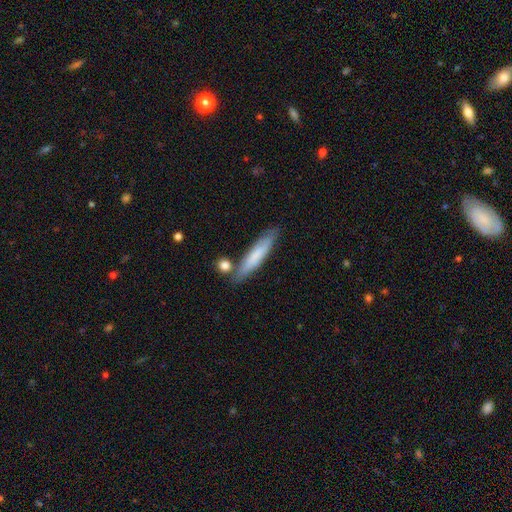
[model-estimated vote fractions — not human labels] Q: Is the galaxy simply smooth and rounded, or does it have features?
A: smooth — 65%.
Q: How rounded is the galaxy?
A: cigar-shaped — 86%.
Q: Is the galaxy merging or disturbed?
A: none — 73%.